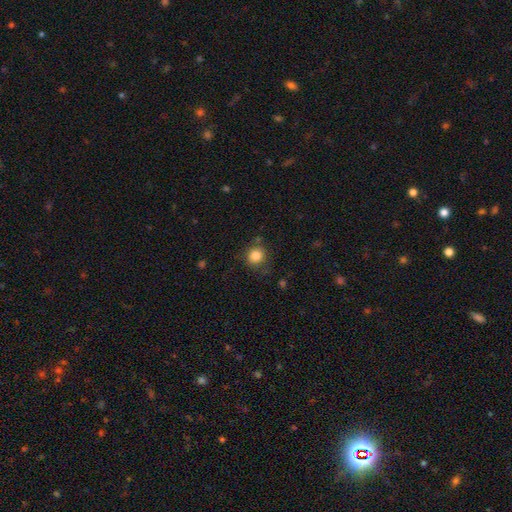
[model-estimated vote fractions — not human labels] The model was most divided on "merging": none: 79%, minor disturbance: 14%, major disturbance: 4%, merger: 3%. More confident: how rounded — round (89%); smooth or featured — smooth (84%).